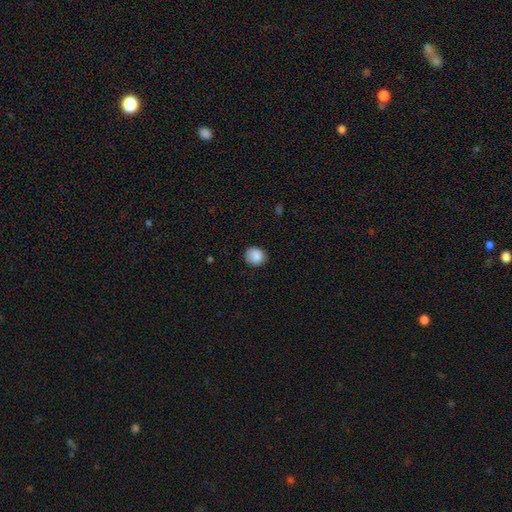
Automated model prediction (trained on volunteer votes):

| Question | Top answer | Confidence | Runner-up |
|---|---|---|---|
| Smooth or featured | smooth | 88% | star or artifact (8%) |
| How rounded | round | 81% | in between (18%) |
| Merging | none | 82% | minor disturbance (14%) |